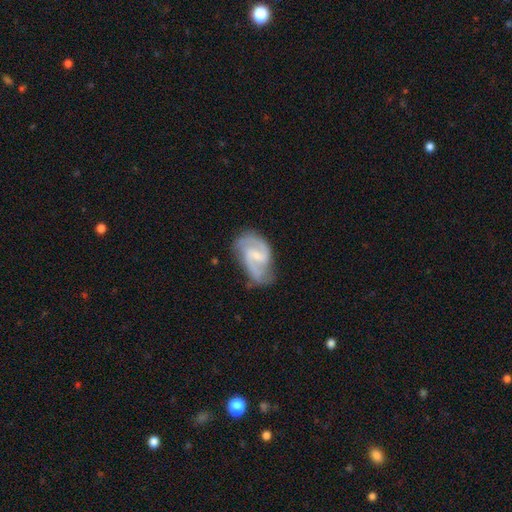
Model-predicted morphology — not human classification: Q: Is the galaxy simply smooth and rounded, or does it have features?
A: featured or disk — 85%.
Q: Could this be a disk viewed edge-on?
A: no — 98%.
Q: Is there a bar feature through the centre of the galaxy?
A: weak — 58%.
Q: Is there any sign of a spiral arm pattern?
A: yes — 96%.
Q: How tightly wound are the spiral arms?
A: medium — 55%.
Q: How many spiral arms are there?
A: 2 — 88%.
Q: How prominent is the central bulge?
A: small — 61%.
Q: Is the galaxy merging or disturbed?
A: none — 60%.